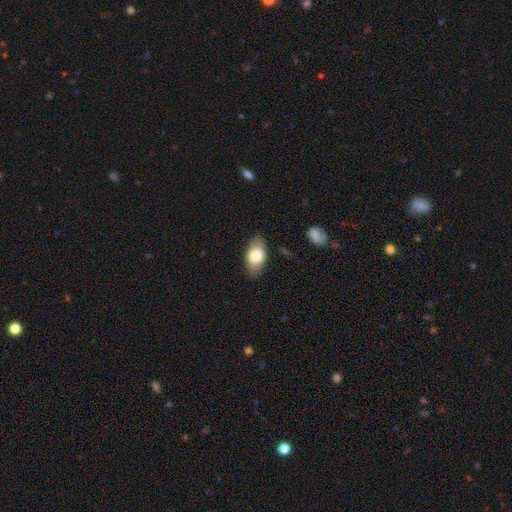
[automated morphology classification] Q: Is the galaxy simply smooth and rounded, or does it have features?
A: smooth — 77%.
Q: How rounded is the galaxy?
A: in between — 92%.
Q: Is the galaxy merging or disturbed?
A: none — 83%.